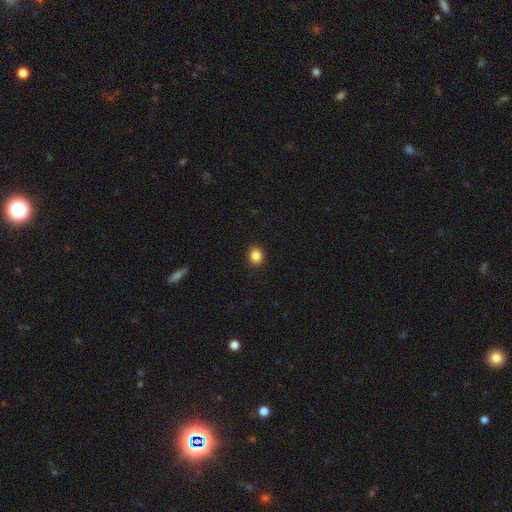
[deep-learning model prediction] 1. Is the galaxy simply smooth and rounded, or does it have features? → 86% smooth, 10% star or artifact, 4% featured or disk.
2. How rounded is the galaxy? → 80% round, 19% in between, 1% cigar-shaped.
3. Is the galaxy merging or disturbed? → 92% none, 5% minor disturbance, 2% major disturbance, 1% merger.